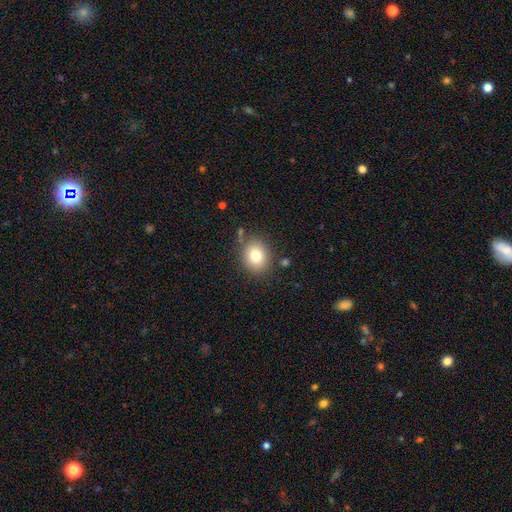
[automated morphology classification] Overall: smooth (79%). How rounded: round (62%; in between 37%). Merging: none (83%).